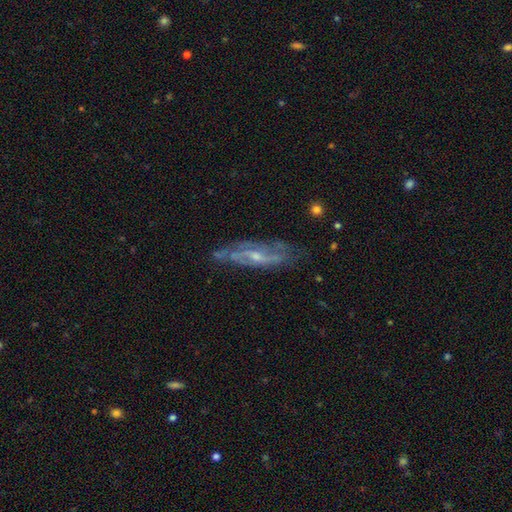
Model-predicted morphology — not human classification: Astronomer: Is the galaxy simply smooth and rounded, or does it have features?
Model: featured or disk — 76%.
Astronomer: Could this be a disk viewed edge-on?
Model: no — 69%.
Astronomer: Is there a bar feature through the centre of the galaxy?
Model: no — 44% (runner-up: weak, 41%).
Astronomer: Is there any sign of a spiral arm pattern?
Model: yes — 81%.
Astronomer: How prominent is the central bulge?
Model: small — 58% (runner-up: moderate, 35%).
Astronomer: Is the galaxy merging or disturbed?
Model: none — 67%.